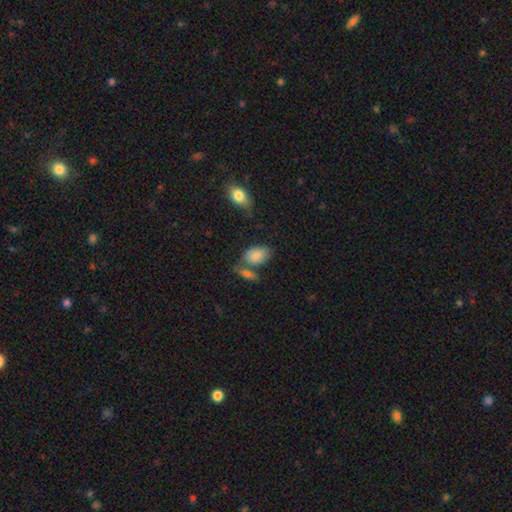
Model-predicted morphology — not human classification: Smooth or featured? Predicted: smooth (p=0.81). How rounded? Predicted: in between (p=0.89). Merging? Predicted: none (p=0.56).